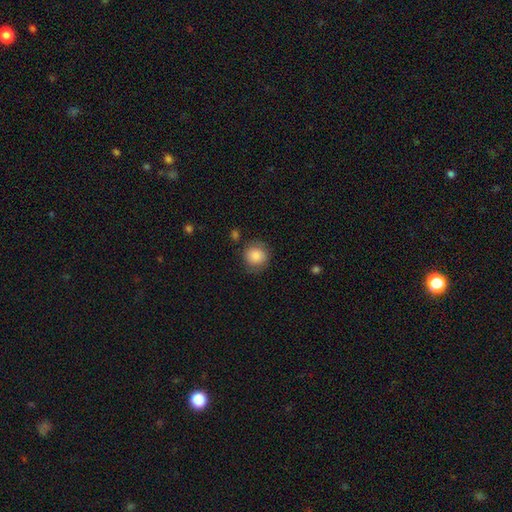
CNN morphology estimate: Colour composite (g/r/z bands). It shows a smooth galaxy with no disk features (85%) that is round (87%). Merging: none (77%).